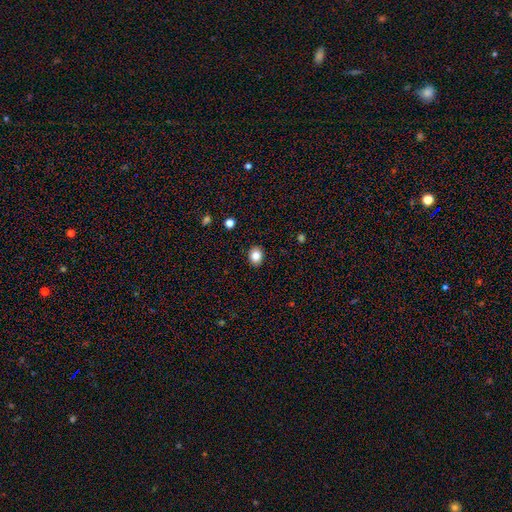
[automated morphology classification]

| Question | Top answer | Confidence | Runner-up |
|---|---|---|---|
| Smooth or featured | smooth | 83% | star or artifact (10%) |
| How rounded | round | 54% | in between (45%) |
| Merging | none | 90% | minor disturbance (7%) |